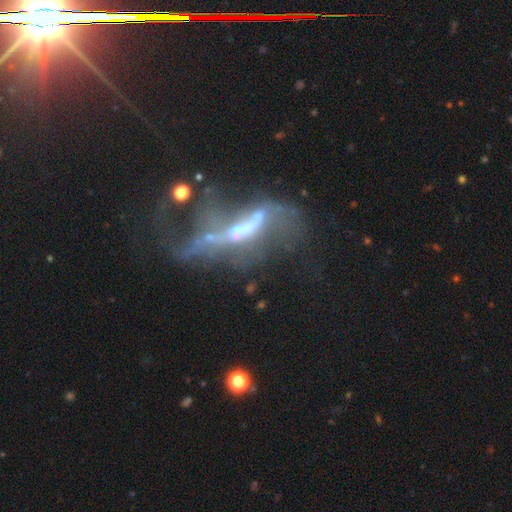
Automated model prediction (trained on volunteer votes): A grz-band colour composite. It shows a featured or disk galaxy (67%). Merging: major disturbance (36%).